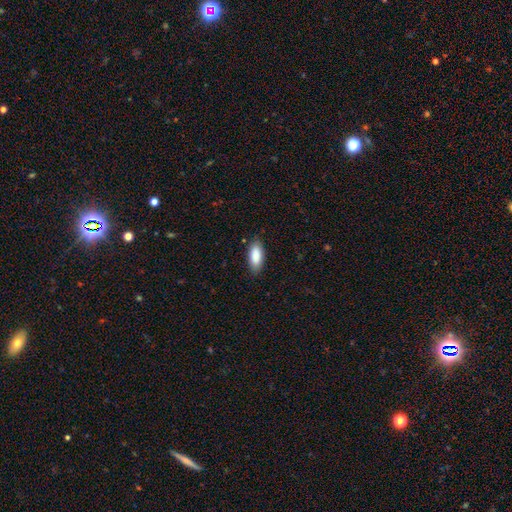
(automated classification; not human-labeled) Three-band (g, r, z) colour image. It shows a smooth galaxy with no disk features (88%) that is in between round and cigar-shaped (83%). Merging: none (85%).